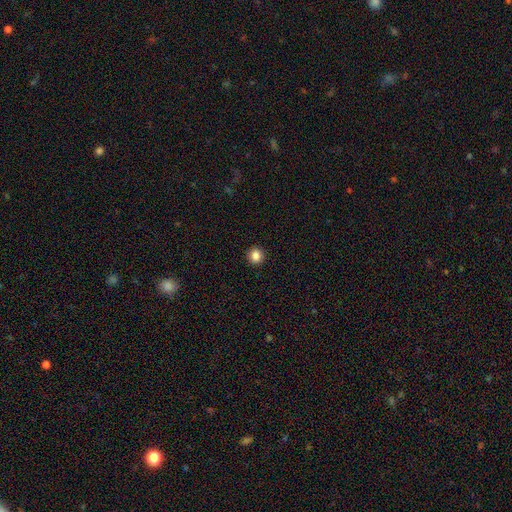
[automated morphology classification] Overall: smooth (86%). How rounded: round (86%). Merging: none (92%).